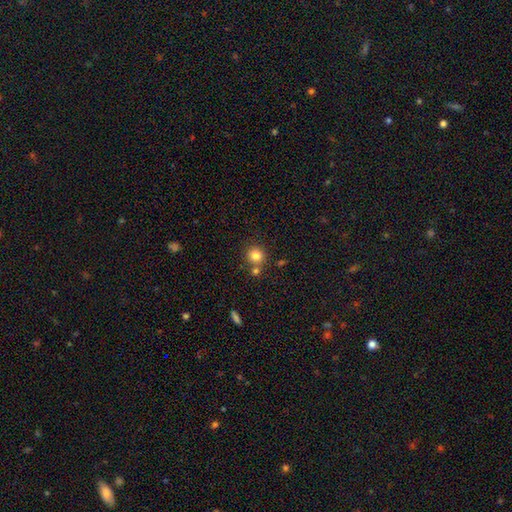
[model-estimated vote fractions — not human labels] smooth_or_featured: smooth (p=0.81) [alt: star or artifact p=0.12]
how_rounded: round (p=0.92) [alt: in between p=0.07]
merging: none (p=0.73) [alt: merger p=0.16]